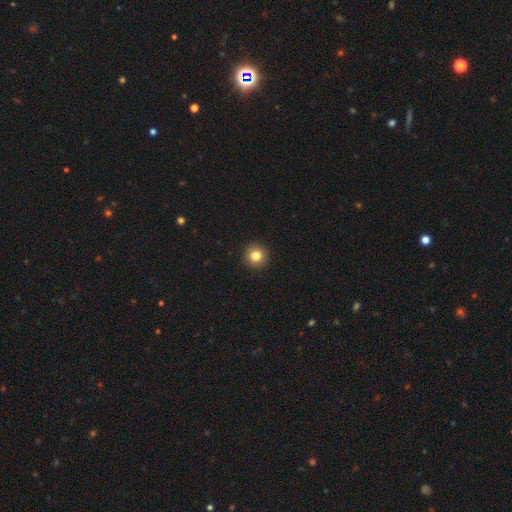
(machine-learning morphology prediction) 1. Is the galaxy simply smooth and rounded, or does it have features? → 82% smooth, 11% star or artifact, 7% featured or disk.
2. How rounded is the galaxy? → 95% round, 4% in between, 1% cigar-shaped.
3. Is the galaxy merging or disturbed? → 94% none, 4% minor disturbance, 1% major disturbance, 1% merger.